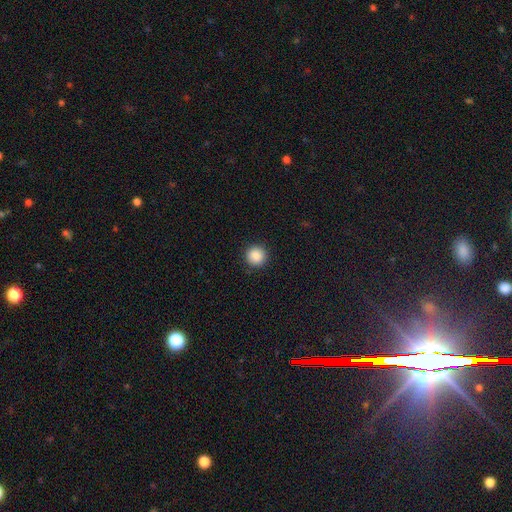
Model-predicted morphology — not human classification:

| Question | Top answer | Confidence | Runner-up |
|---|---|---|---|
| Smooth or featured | smooth | 88% | star or artifact (9%) |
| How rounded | round | 95% | in between (4%) |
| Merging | none | 92% | minor disturbance (6%) |